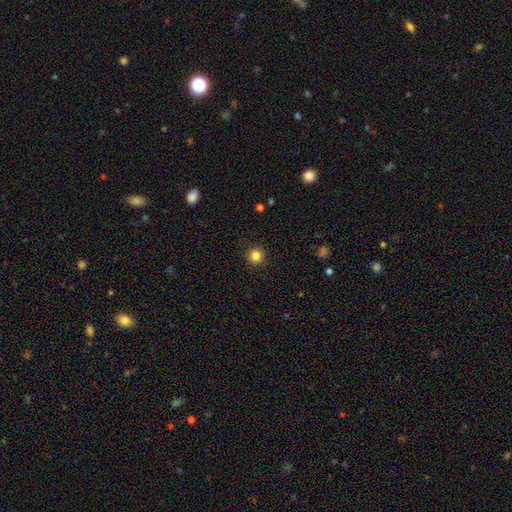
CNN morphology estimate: Smooth or featured? smooth (84%)
How rounded? round (95%)
Merging? none (93%)